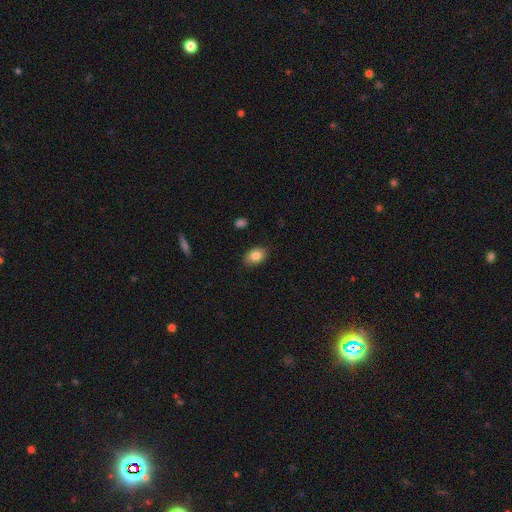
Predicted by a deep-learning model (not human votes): Morphology: type=smooth (83%); roundness=in between (83%); merging=none (85%).